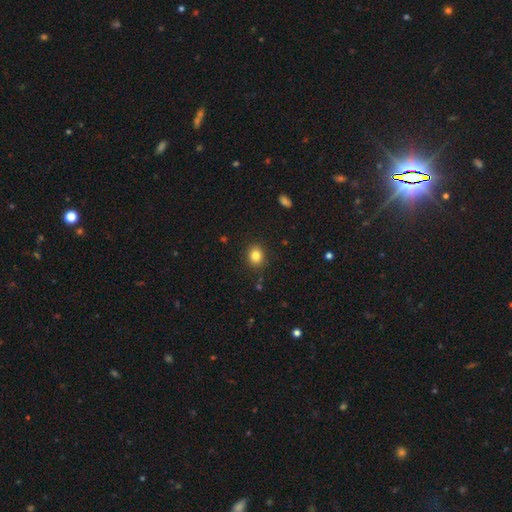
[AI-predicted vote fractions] Smooth or featured? smooth (83%)
How rounded? round (66%)
Merging? none (88%)